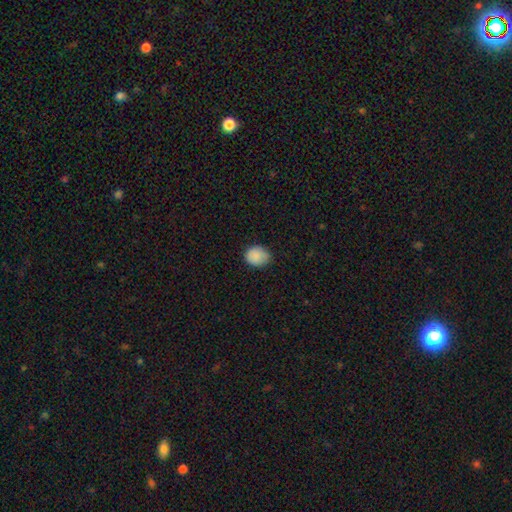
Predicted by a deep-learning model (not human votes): Q: Smooth or featured?
A: smooth (88%); runner-up: star or artifact (8%)
Q: How rounded?
A: round (65%); runner-up: in between (34%)
Q: Merging?
A: none (80%); runner-up: minor disturbance (17%)